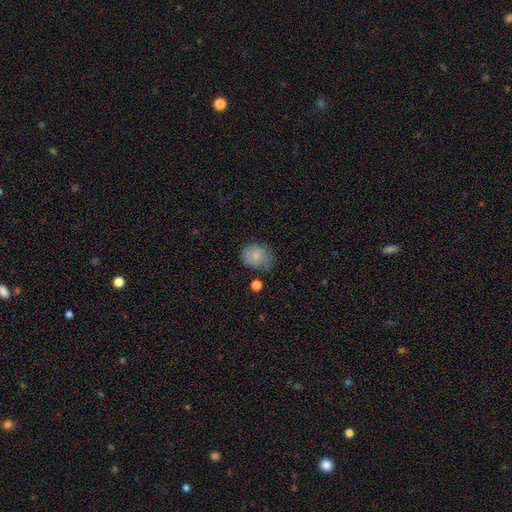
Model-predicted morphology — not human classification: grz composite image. It shows a smooth galaxy with no disk features (78%) that is round (63%). Merging: none (58%).